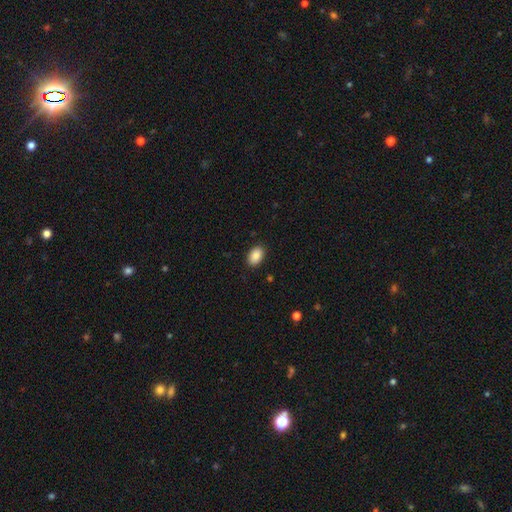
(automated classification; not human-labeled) smooth-or-featured: smooth: 89% | star or artifact: 7% | featured or disk: 3%
  how-rounded: in between: 88% | round: 11% | cigar-shaped: 1%
  merging: none: 89% | minor disturbance: 8% | major disturbance: 2% | merger: 1%